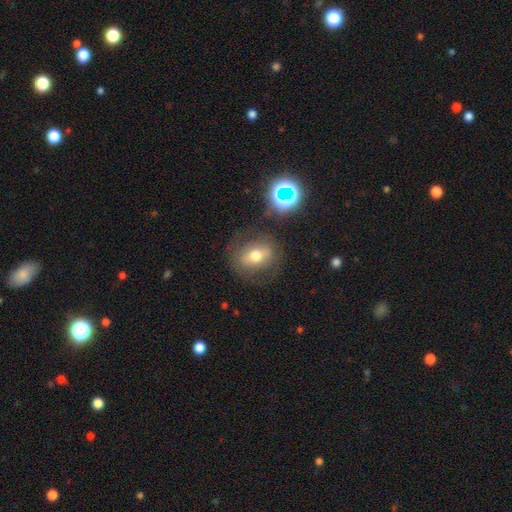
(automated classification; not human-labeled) smooth-or-featured: smooth: 57% | featured or disk: 27% | star or artifact: 15%
  how-rounded: in between: 58% | round: 40% | cigar-shaped: 2%
  merging: none: 77% | minor disturbance: 13% | major disturbance: 7% | merger: 3%